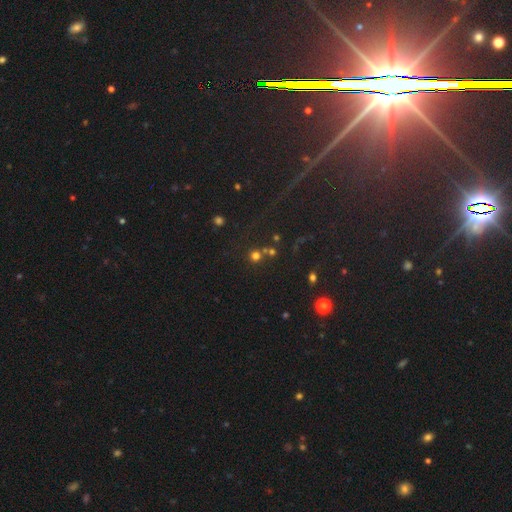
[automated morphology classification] Smooth or featured?
  - smooth: 66% *
  - star or artifact: 26%
  - featured or disk: 8%
How rounded?
  - round: 93% *
  - in between: 6%
  - cigar-shaped: 1%
Merging?
  - none: 70% *
  - merger: 19%
  - minor disturbance: 7%
  - major disturbance: 4%